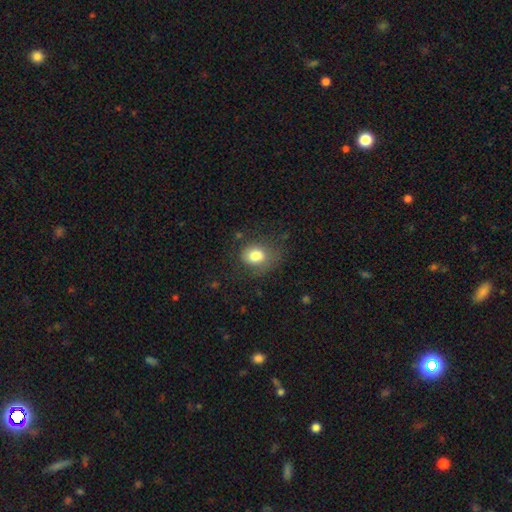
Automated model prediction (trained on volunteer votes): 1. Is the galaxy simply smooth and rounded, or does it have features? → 80% smooth, 11% featured or disk, 9% star or artifact.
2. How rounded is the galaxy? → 54% in between, 45% round, 1% cigar-shaped.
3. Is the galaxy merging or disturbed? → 58% none, 26% minor disturbance, 14% major disturbance, 2% merger.